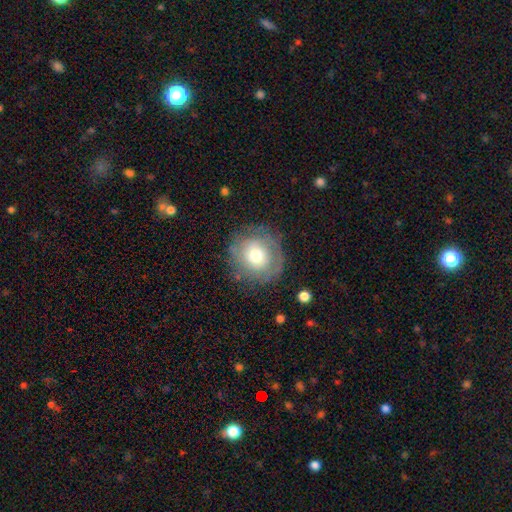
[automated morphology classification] A smooth galaxy with no disk features (52%) that is round (88%).

Vote fractions:
- Smooth or featured? smooth: 52% / featured or disk: 39% / star or artifact: 9%
- How rounded? round: 88% / in between: 12% / cigar-shaped: 1%
- Merging? none: 76% / minor disturbance: 15% / major disturbance: 7% / merger: 1%